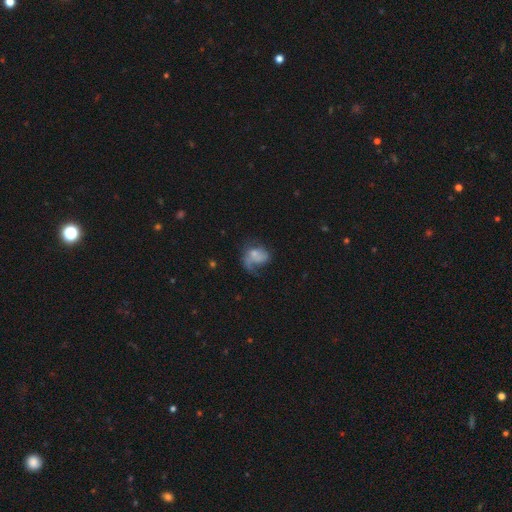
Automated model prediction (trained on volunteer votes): A featured or disk galaxy (48%).

Vote fractions:
- Smooth or featured? featured or disk: 48% / smooth: 42% / star or artifact: 10%
- Merging? major disturbance: 48% / none: 24% / minor disturbance: 19% / merger: 8%